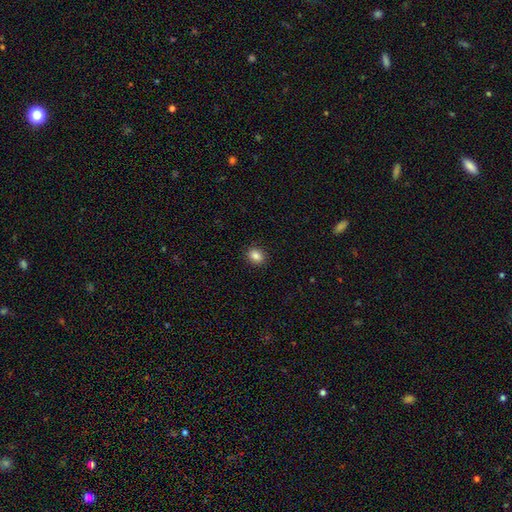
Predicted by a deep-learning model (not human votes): A smooth galaxy with no disk features (85%) that is round (52%). Merging: none (91%).